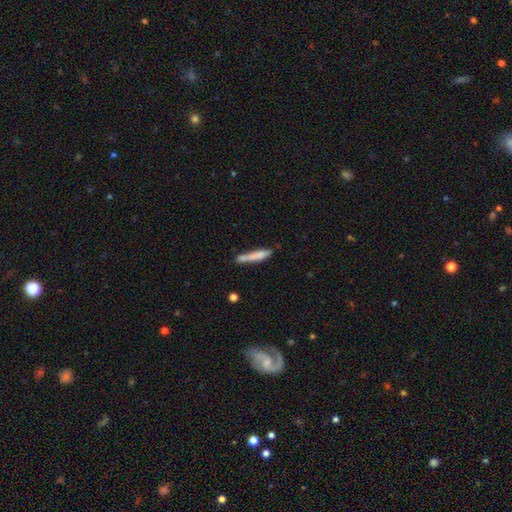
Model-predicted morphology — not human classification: The model was most divided on "merging": none: 60%, minor disturbance: 21%, merger: 13%, major disturbance: 6%. More confident: how rounded — cigar-shaped (91%); smooth or featured — smooth (72%).